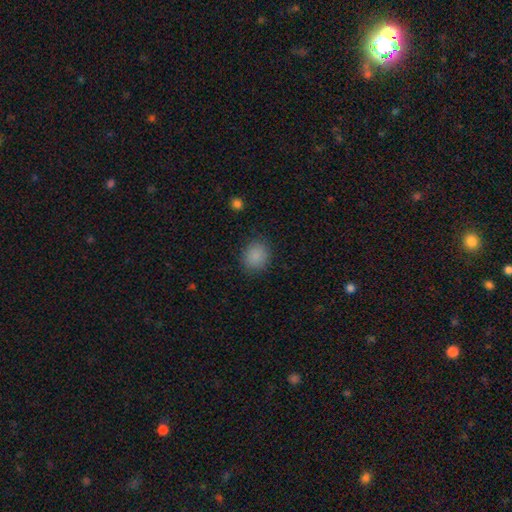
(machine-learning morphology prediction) Smooth or featured? Predicted: smooth (p=0.87). How rounded? Predicted: round (p=0.76). Merging? Predicted: none (p=0.87).